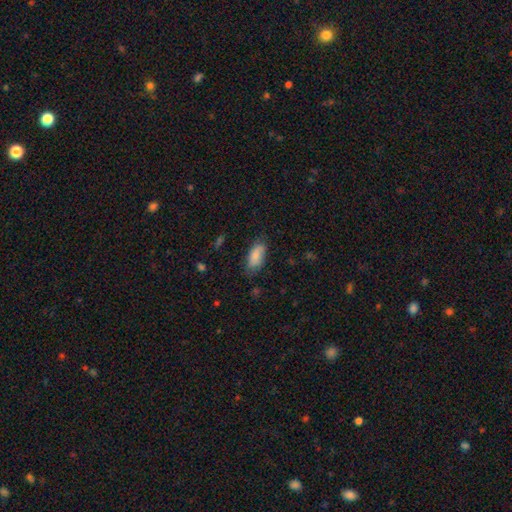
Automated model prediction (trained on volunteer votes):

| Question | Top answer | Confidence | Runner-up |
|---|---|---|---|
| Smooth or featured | smooth | 84% | featured or disk (10%) |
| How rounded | in between | 88% | cigar-shaped (10%) |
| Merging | none | 71% | minor disturbance (22%) |